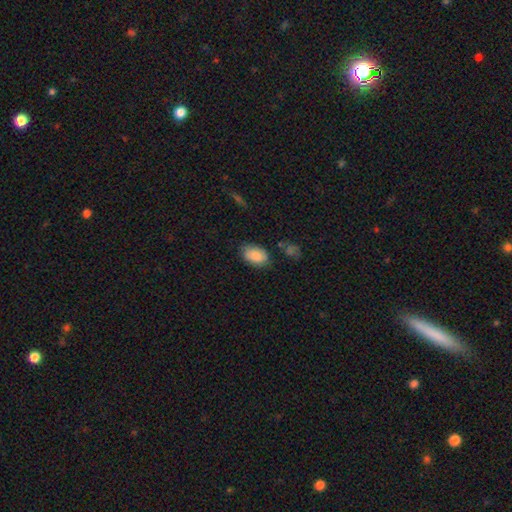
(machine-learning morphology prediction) This appears to be a smooth galaxy with no disk features (85%) that is in between round and cigar-shaped (90%). Merging: none (75%).